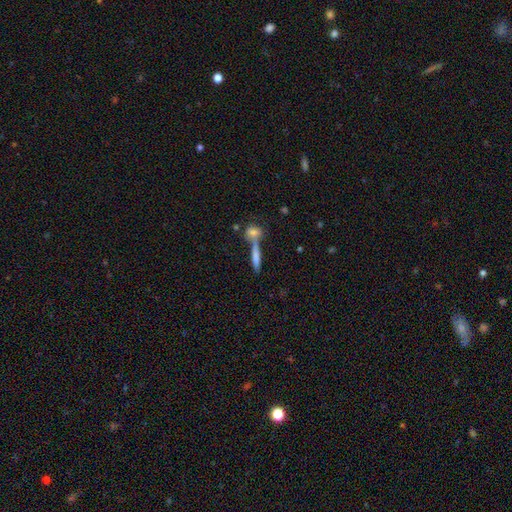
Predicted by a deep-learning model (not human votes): Smooth or featured? Predicted: smooth (p=0.67). How rounded? Predicted: cigar-shaped (p=0.79). Merging? Predicted: none (p=0.48).